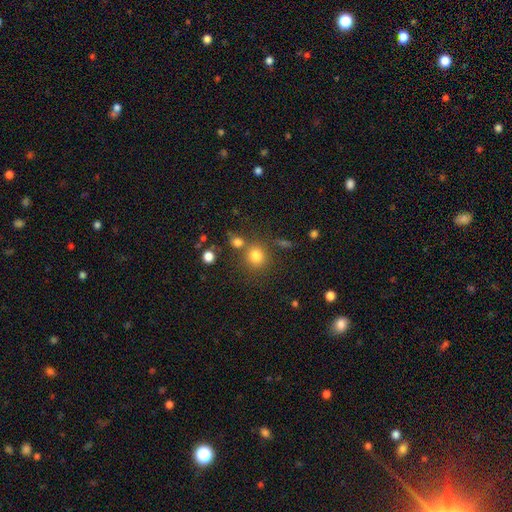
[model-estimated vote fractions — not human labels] Q: Smooth or featured?
A: smooth (79%); runner-up: star or artifact (14%)
Q: How rounded?
A: round (84%); runner-up: in between (15%)
Q: Merging?
A: none (68%); runner-up: merger (18%)